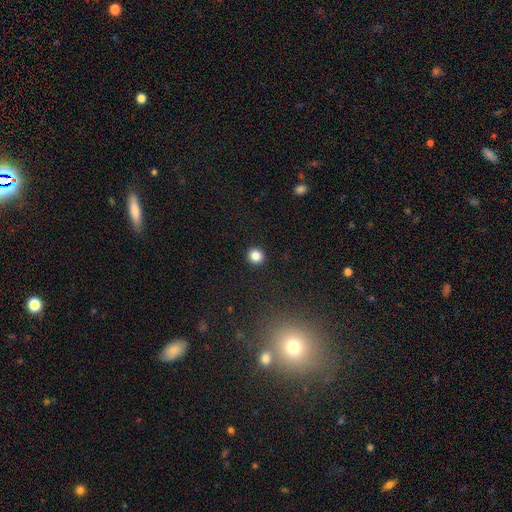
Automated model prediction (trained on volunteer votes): Q: Smooth or featured?
A: smooth (85%); runner-up: star or artifact (11%)
Q: How rounded?
A: round (94%); runner-up: in between (5%)
Q: Merging?
A: none (93%); runner-up: minor disturbance (4%)